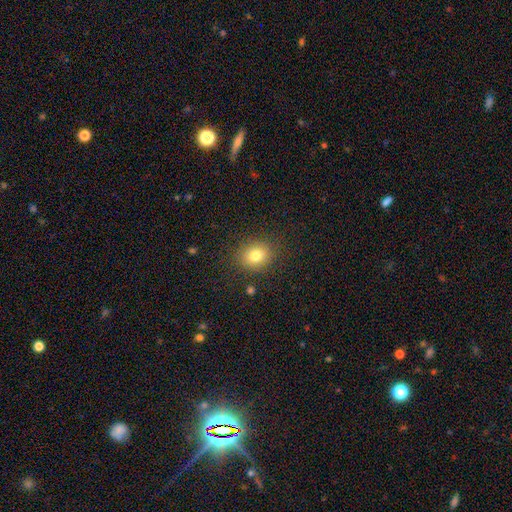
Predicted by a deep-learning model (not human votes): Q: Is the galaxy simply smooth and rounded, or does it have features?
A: smooth — 79%.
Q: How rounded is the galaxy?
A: round — 67%.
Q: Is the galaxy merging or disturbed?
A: none — 86%.